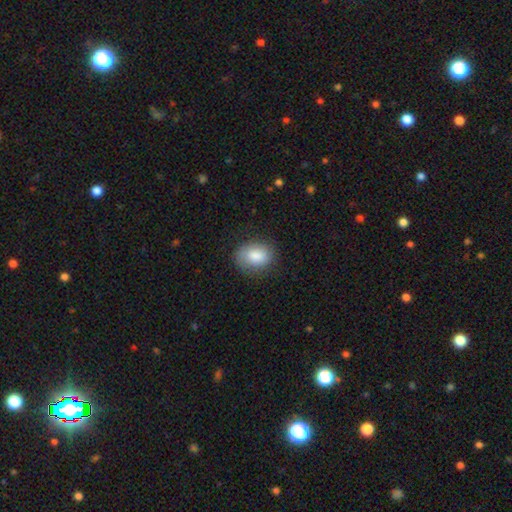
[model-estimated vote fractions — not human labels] smooth_or_featured: smooth (p=0.84) [alt: featured or disk p=0.09]
how_rounded: in between (p=0.65) [alt: round p=0.34]
merging: none (p=0.78) [alt: minor disturbance p=0.16]